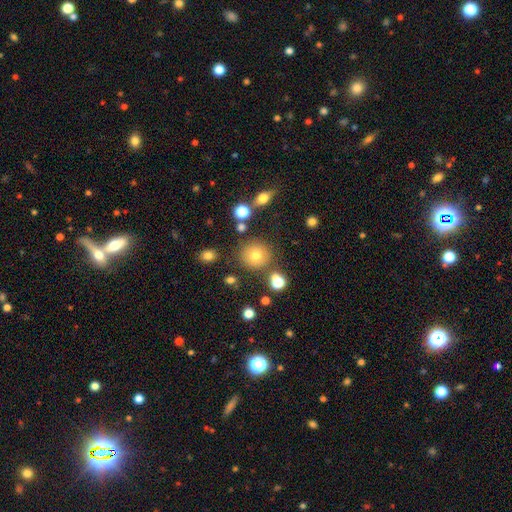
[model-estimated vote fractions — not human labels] Overall: smooth (71%). How rounded: round (91%). Merging: none (80%).